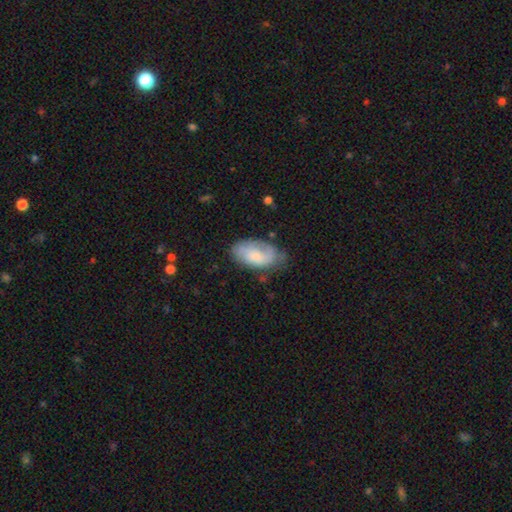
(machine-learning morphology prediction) A featured or disk galaxy (47%).

Vote fractions:
- Smooth or featured? featured or disk: 47% / smooth: 46% / star or artifact: 7%
- Merging? none: 60% / minor disturbance: 28% / major disturbance: 10% / merger: 2%